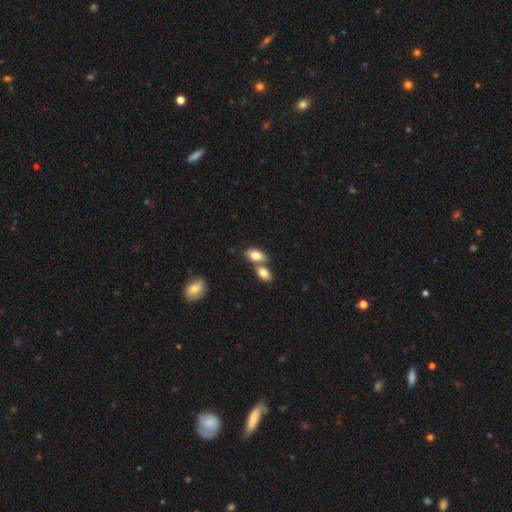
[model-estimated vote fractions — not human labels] A smooth galaxy with no disk features (80%) that is in between round and cigar-shaped (90%).

Vote fractions:
- Smooth or featured? smooth: 80% / featured or disk: 13% / star or artifact: 7%
- How rounded? in between: 90% / round: 7% / cigar-shaped: 3%
- Merging? merger: 44% / none: 43% / minor disturbance: 10% / major disturbance: 3%